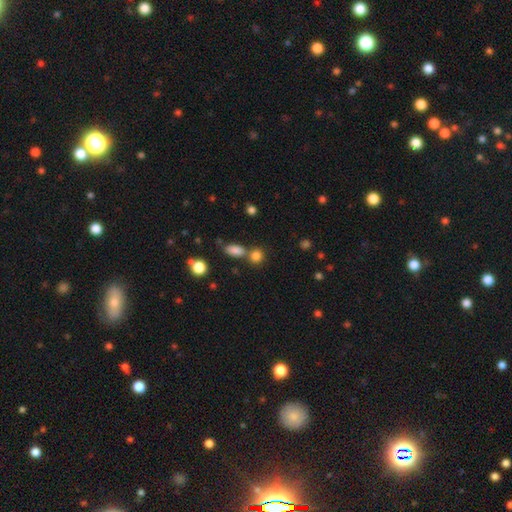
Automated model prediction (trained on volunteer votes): Q: Smooth or featured?
A: smooth (82%); runner-up: star or artifact (12%)
Q: How rounded?
A: round (68%); runner-up: in between (29%)
Q: Merging?
A: none (58%); runner-up: merger (29%)